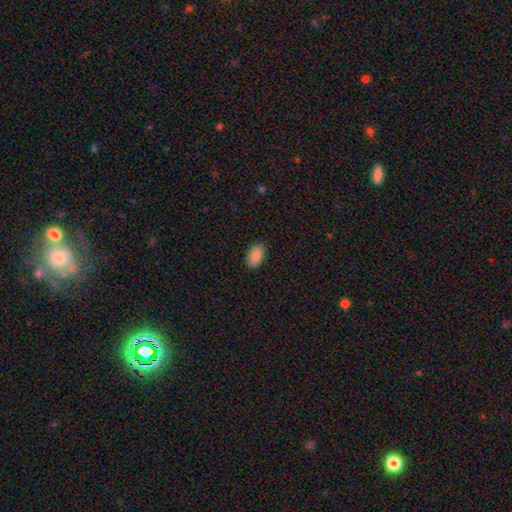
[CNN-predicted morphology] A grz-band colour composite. It shows a smooth galaxy with no disk features (90%) that is in between round and cigar-shaped (94%). Merging: none (89%).